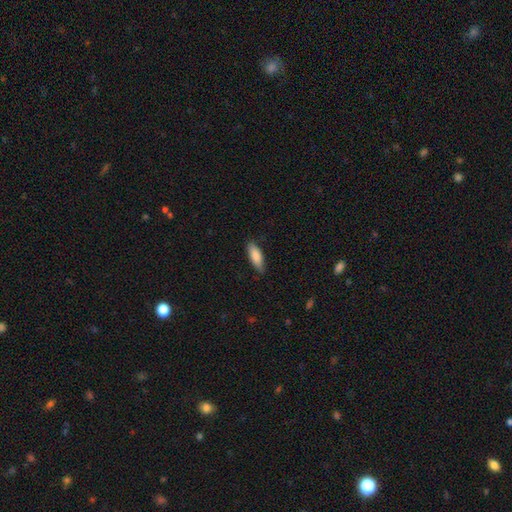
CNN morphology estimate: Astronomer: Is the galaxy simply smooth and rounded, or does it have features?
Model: smooth — 86%.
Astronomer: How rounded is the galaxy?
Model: in between — 67%.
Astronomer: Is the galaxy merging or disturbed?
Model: none — 82%.